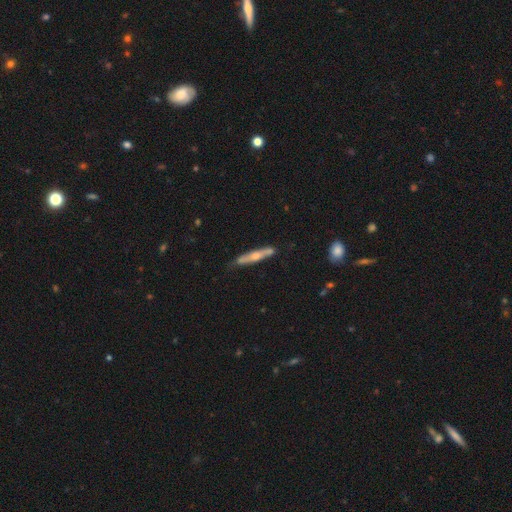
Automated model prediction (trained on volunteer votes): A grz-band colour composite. It shows a featured or disk galaxy (51%) viewed edge-on (88%). Merging: none (71%).